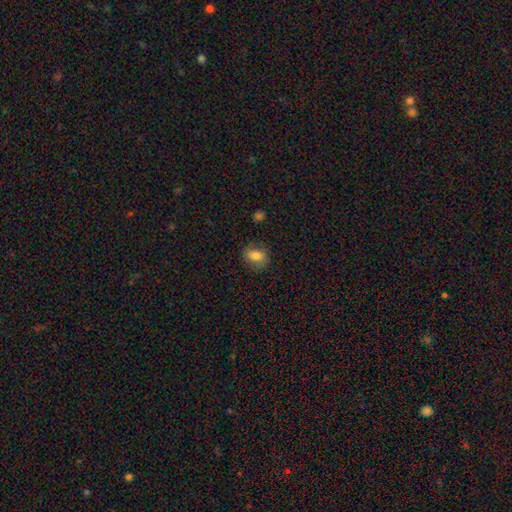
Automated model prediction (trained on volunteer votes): Overall: smooth (79%). How rounded: in between (57%; round 41%). Merging: none (82%).